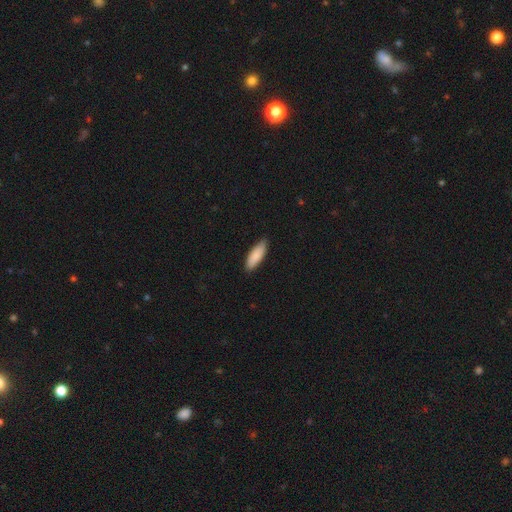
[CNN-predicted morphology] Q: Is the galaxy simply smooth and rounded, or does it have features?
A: smooth — 88%.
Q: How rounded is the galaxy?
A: in between — 57%.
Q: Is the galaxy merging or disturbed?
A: none — 88%.